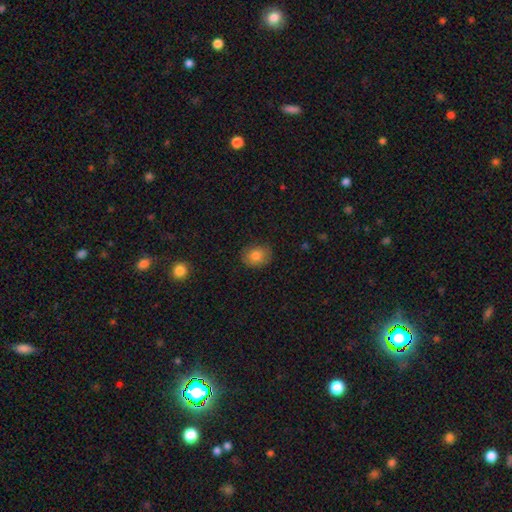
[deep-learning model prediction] The model was most divided on "how rounded": round: 55%, in between: 44%, cigar-shaped: 1%. More confident: smooth or featured — smooth (82%); merging — none (82%).